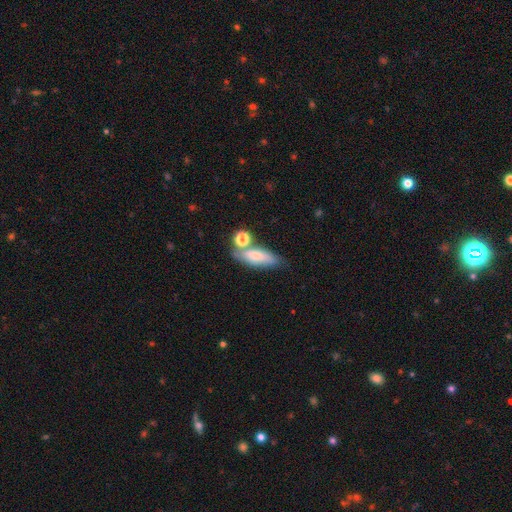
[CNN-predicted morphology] Smooth or featured?
  - smooth: 73% *
  - featured or disk: 19%
  - star or artifact: 8%
How rounded?
  - in between: 66% *
  - cigar-shaped: 29%
  - round: 5%
Merging?
  - none: 48% *
  - merger: 26%
  - minor disturbance: 18%
  - major disturbance: 8%